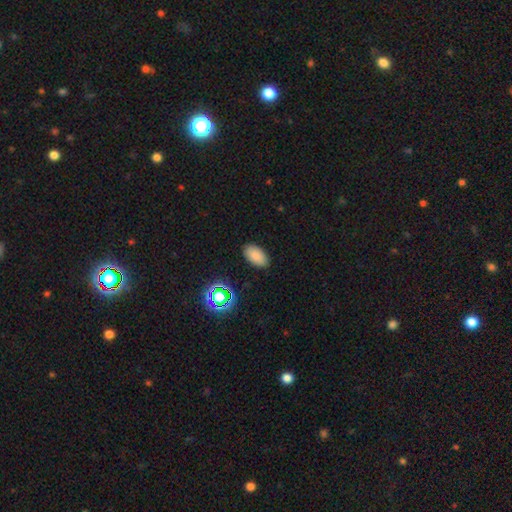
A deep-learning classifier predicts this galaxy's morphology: smooth_or_featured: smooth (p=0.80) [alt: star or artifact p=0.13]
how_rounded: in between (p=0.94) [alt: round p=0.05]
merging: none (p=0.87) [alt: minor disturbance p=0.09]